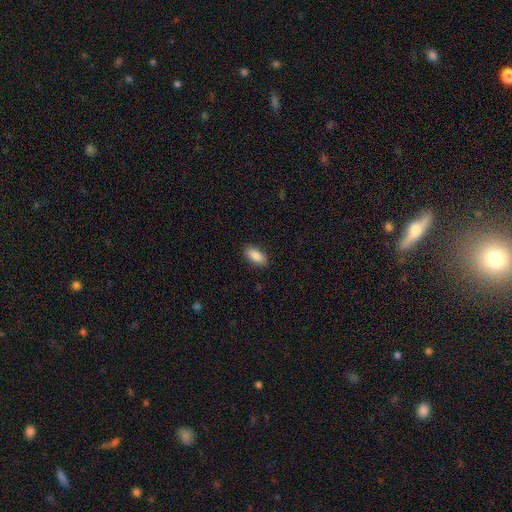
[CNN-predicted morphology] Smooth or featured: smooth — 88% (star or artifact — 7%)
How rounded: in between — 89% (cigar-shaped — 8%)
Merging: none — 88% (minor disturbance — 9%)